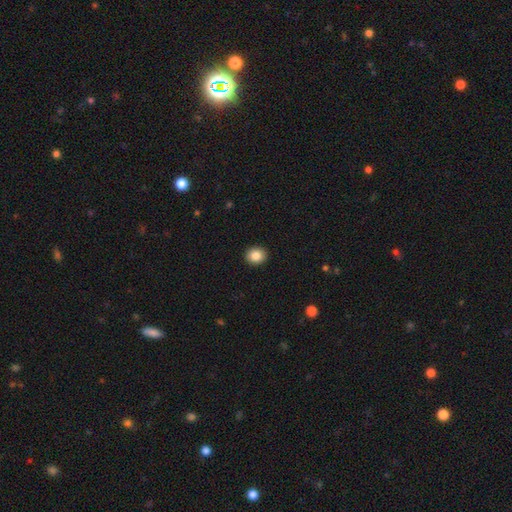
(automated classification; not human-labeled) Smooth or featured?
  - smooth: 86% *
  - star or artifact: 9%
  - featured or disk: 5%
How rounded?
  - round: 72% *
  - in between: 27%
  - cigar-shaped: 1%
Merging?
  - none: 92% *
  - minor disturbance: 5%
  - major disturbance: 2%
  - merger: 1%